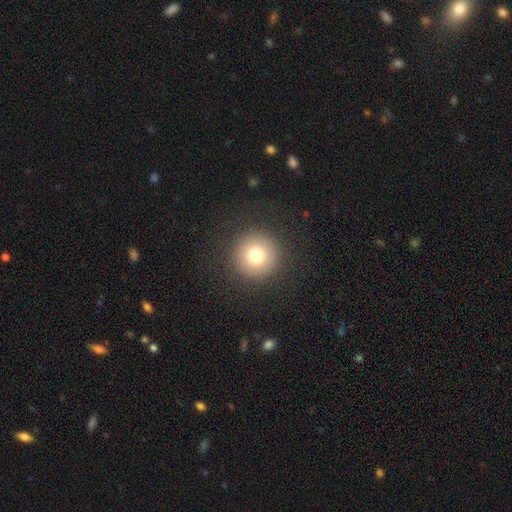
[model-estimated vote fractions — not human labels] A smooth galaxy with no disk features (75%) that is round (97%). Merging: none (91%).